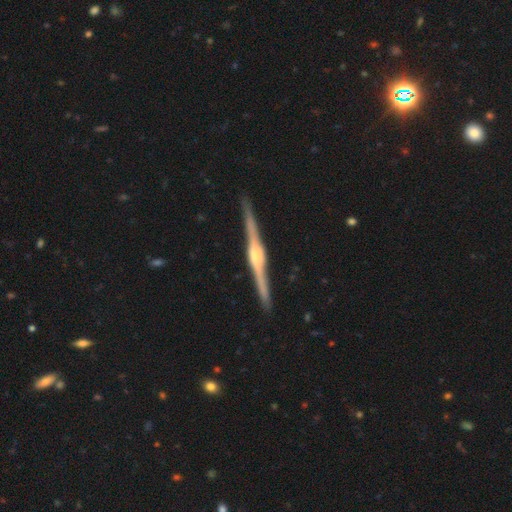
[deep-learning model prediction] A featured or disk galaxy (88%) viewed edge-on (99%) with a rounded central bulge (74%). Merging: none (91%).